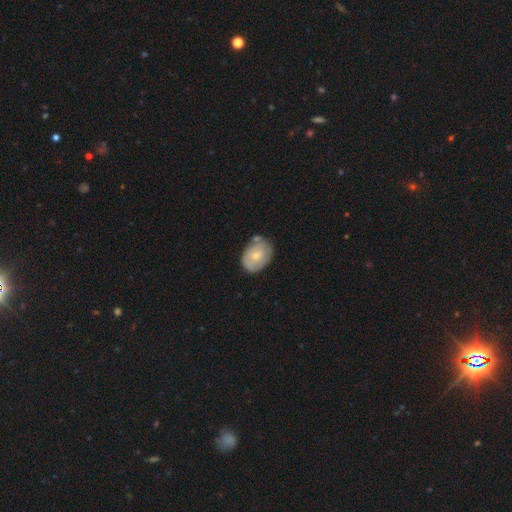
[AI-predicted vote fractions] This appears to be a smooth galaxy with no disk features (60%) that is in between round and cigar-shaped (70%). Merging: none (58%).